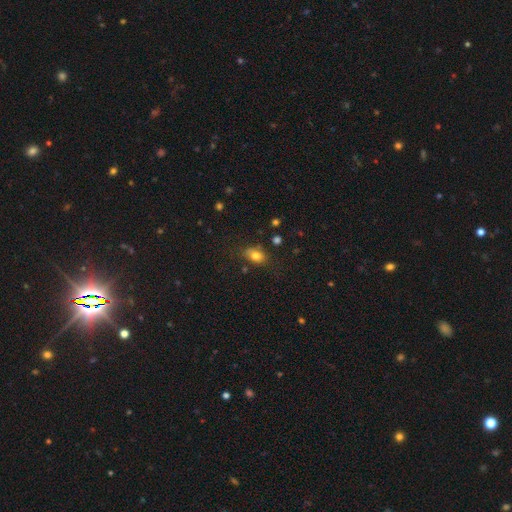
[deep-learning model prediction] smooth_or_featured: smooth (p=0.77) [alt: featured or disk p=0.12]
how_rounded: in between (p=0.76) [alt: round p=0.22]
merging: none (p=0.72) [alt: minor disturbance p=0.20]